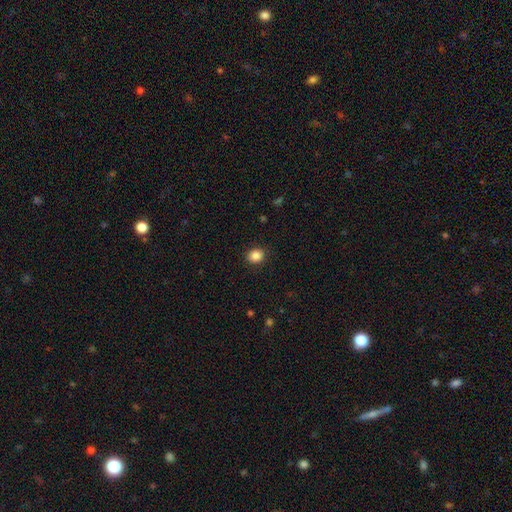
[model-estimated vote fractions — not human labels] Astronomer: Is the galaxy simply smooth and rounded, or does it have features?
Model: smooth — 86%.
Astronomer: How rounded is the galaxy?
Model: round — 66%.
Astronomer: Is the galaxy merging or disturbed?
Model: none — 90%.